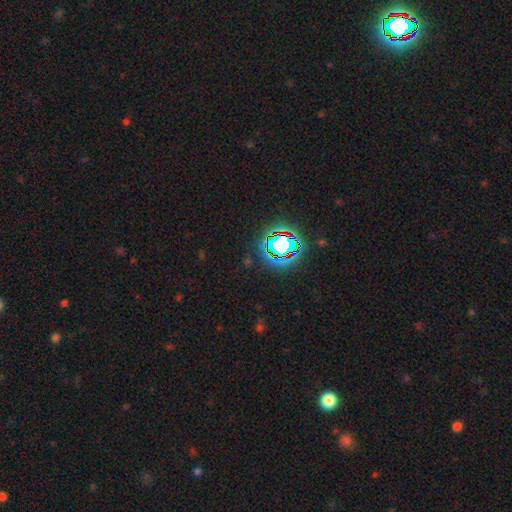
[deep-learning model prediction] smooth_or_featured: star or artifact (p=0.79) [alt: smooth p=0.13]